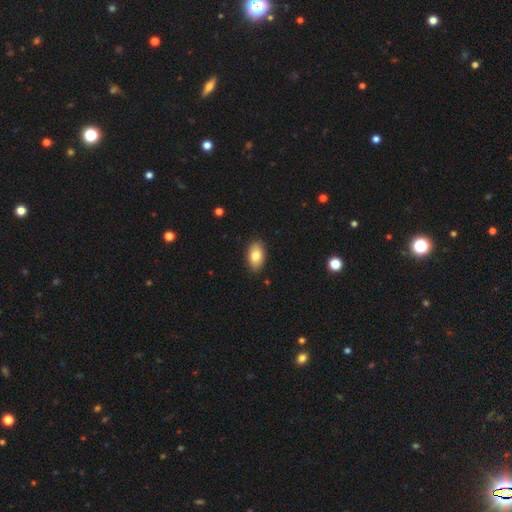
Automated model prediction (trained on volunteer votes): This is clearly a smooth galaxy (82%). How rounded: clearly in between (92%). Merging: clearly none (88%).